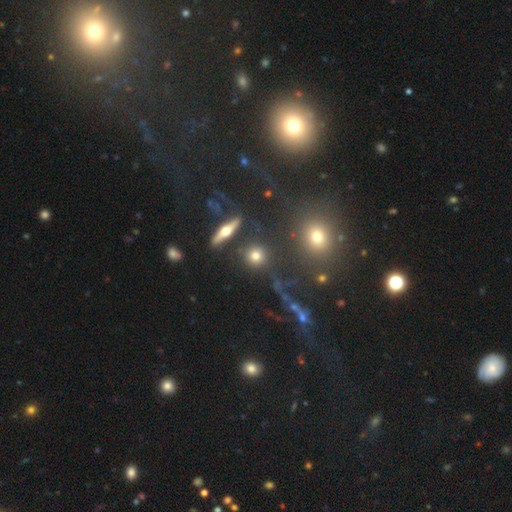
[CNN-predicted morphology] A smooth galaxy with no disk features (69%) that is round (85%). Merging: none (81%).